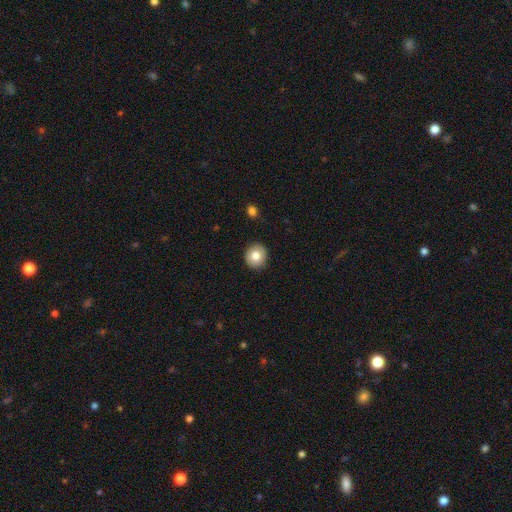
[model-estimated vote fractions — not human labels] Overall: smooth (80%). How rounded: round (88%). Merging: none (90%).